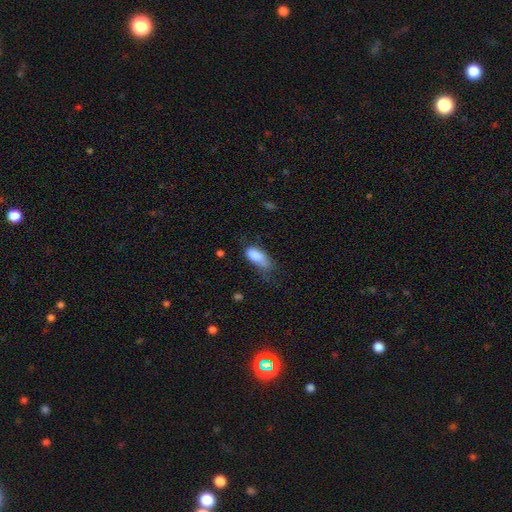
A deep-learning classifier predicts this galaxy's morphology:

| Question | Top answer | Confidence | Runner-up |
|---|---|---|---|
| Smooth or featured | smooth | 85% | featured or disk (8%) |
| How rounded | in between | 85% | cigar-shaped (12%) |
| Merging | minor disturbance | 40% | none (35%) |